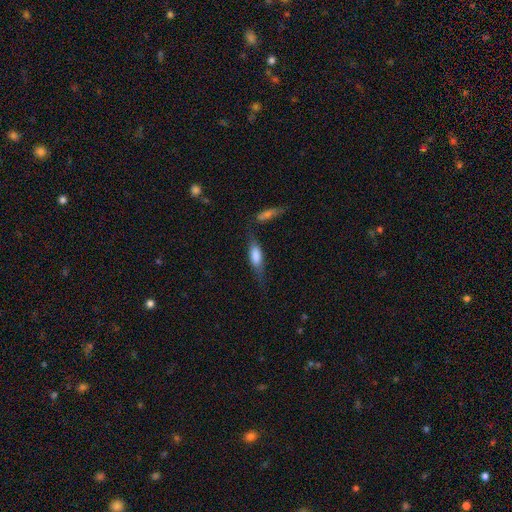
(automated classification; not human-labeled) Smooth or featured? smooth (67%)
How rounded? in between (54%)
Merging? none (53%)